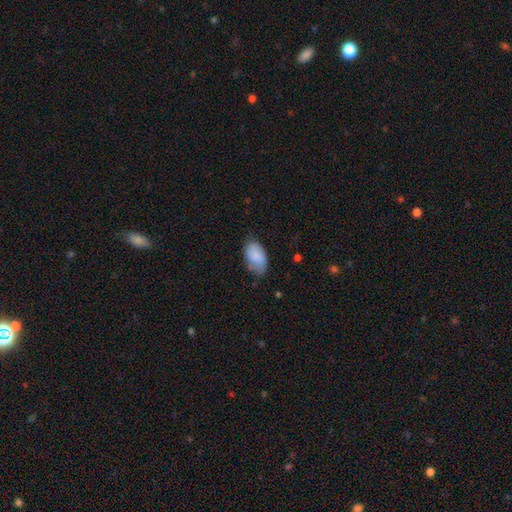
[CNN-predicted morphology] smooth-or-featured: smooth: 85% | featured or disk: 9% | star or artifact: 6%
  how-rounded: in between: 94% | round: 5% | cigar-shaped: 1%
  merging: none: 65% | minor disturbance: 28% | major disturbance: 6% | merger: 2%